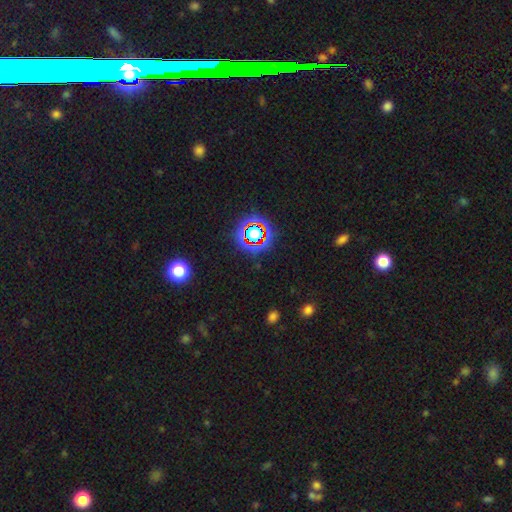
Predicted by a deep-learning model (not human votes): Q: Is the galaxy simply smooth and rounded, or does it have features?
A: star or artifact — 77%.